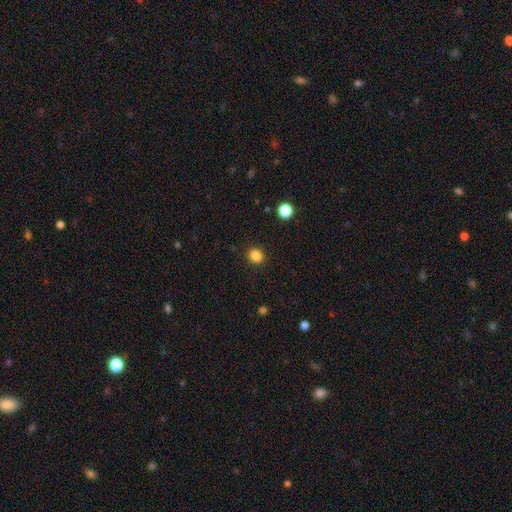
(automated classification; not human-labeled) A smooth galaxy with no disk features (85%) that is round (73%).

Vote fractions:
- Smooth or featured? smooth: 85% / star or artifact: 12% / featured or disk: 3%
- How rounded? round: 73% / in between: 26% / cigar-shaped: 1%
- Merging? none: 90% / minor disturbance: 6% / major disturbance: 2% / merger: 1%